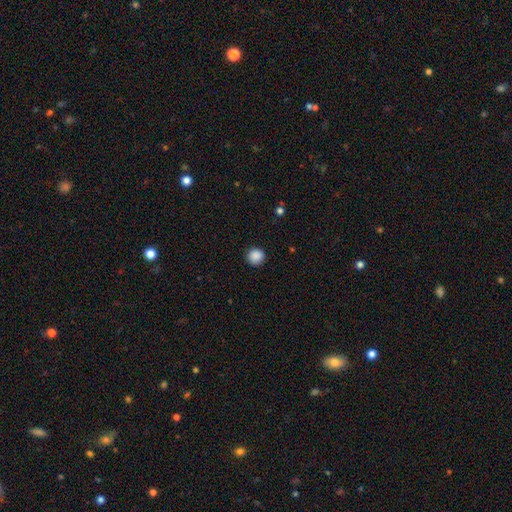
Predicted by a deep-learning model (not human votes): smooth_or_featured: smooth (p=0.88) [alt: star or artifact p=0.09]
how_rounded: round (p=0.95) [alt: in between p=0.04]
merging: none (p=0.92) [alt: minor disturbance p=0.06]